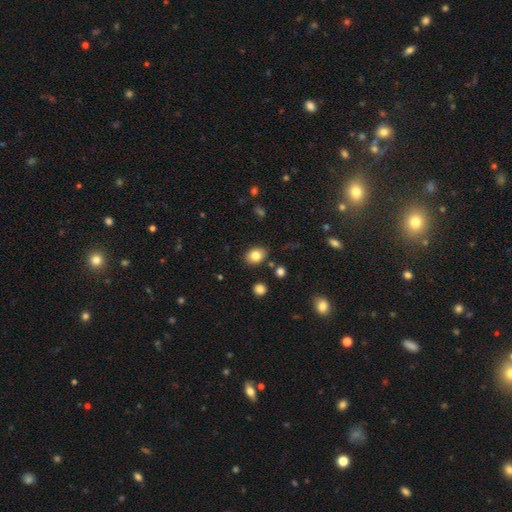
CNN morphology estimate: type=smooth (82%); roundness=in between (61%); merging=none (84%).